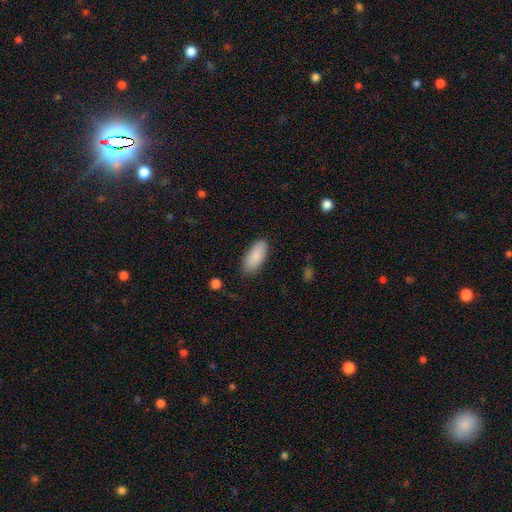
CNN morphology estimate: Smooth or featured? Predicted: smooth (p=0.88). How rounded? Predicted: in between (p=0.88). Merging? Predicted: none (p=0.85).